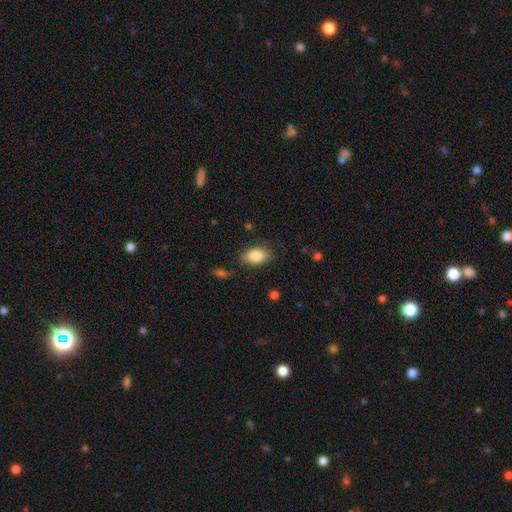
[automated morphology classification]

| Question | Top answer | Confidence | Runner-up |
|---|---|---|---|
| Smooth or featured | smooth | 83% | featured or disk (9%) |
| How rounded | in between | 90% | round (7%) |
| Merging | none | 79% | minor disturbance (15%) |